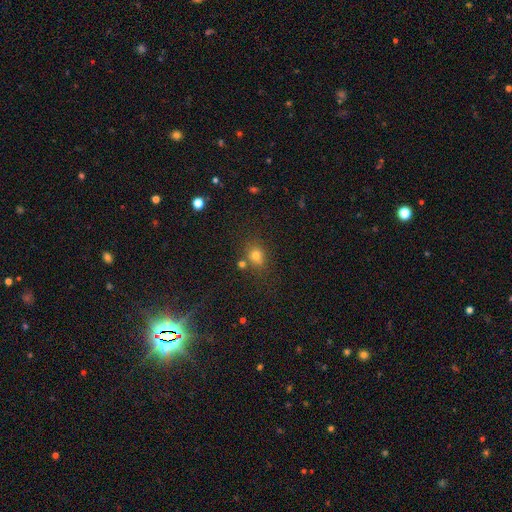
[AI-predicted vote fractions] Smooth or featured?
  - smooth: 68% *
  - star or artifact: 23%
  - featured or disk: 10%
How rounded?
  - round: 64% *
  - in between: 34%
  - cigar-shaped: 2%
Merging?
  - none: 68% *
  - merger: 14%
  - minor disturbance: 13%
  - major disturbance: 5%